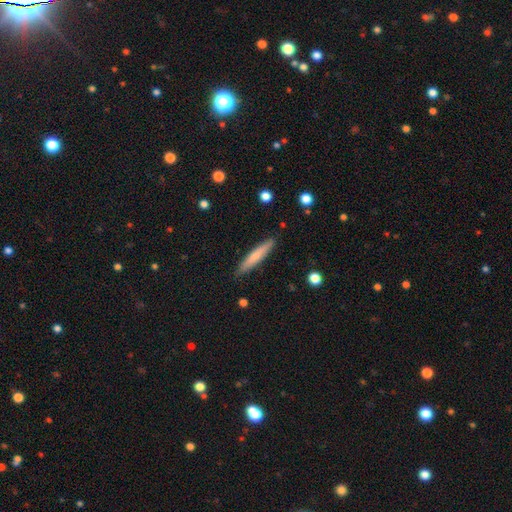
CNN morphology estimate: The model was most divided on "smooth or featured": smooth: 66%, featured or disk: 28%, star or artifact: 6%. More confident: how rounded — cigar-shaped (92%); merging — none (89%).